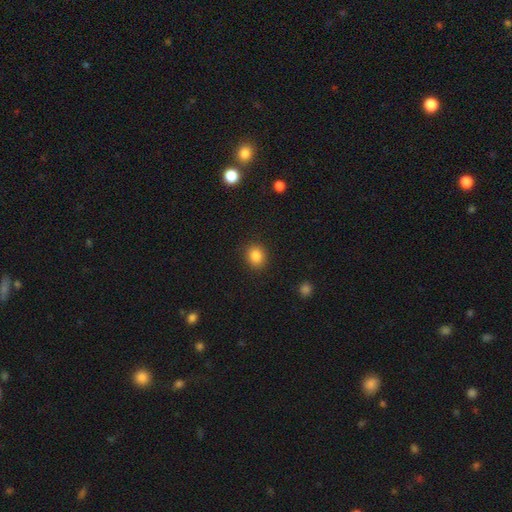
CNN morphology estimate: smooth-or-featured: smooth: 85% | star or artifact: 10% | featured or disk: 5%
  how-rounded: round: 69% | in between: 30% | cigar-shaped: 1%
  merging: none: 89% | minor disturbance: 7% | major disturbance: 2% | merger: 1%